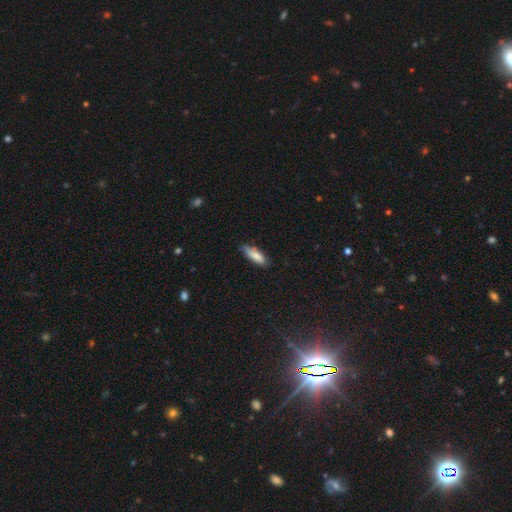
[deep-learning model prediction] Q: Smooth or featured?
A: smooth (80%); runner-up: featured or disk (14%)
Q: How rounded?
A: in between (56%); runner-up: cigar-shaped (42%)
Q: Merging?
A: none (69%); runner-up: minor disturbance (25%)